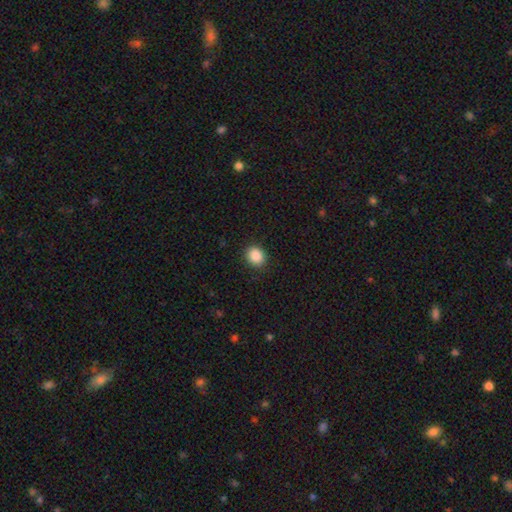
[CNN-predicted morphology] A smooth galaxy with no disk features (88%) that is round (73%). Merging: none (90%).